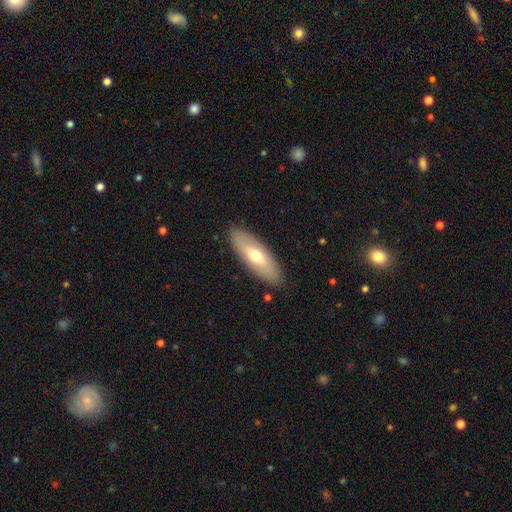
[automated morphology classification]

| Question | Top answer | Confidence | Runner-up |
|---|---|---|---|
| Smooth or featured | smooth | 58% | featured or disk (36%) |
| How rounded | in between | 63% | cigar-shaped (35%) |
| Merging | none | 88% | minor disturbance (9%) |